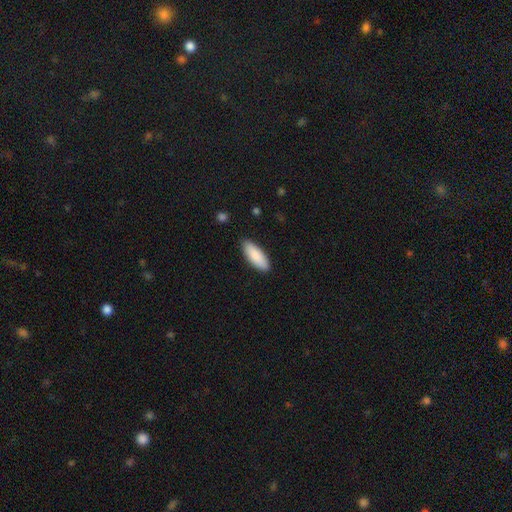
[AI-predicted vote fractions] smooth 88%, featured or disk 7%, star or artifact 5%. Down the decision tree: how rounded — in between (71%); merging — none (88%).